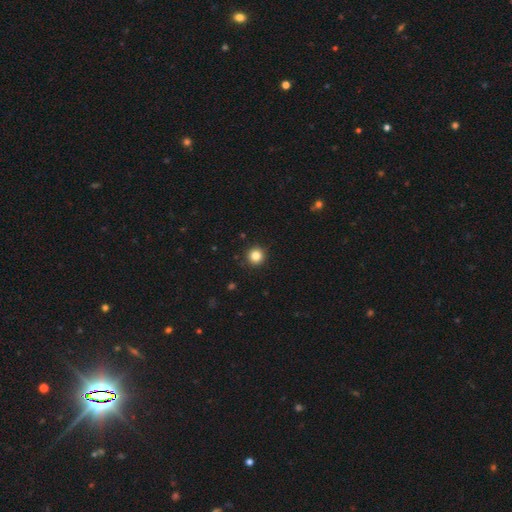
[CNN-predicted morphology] Smooth or featured? smooth (84%)
How rounded? round (95%)
Merging? none (92%)